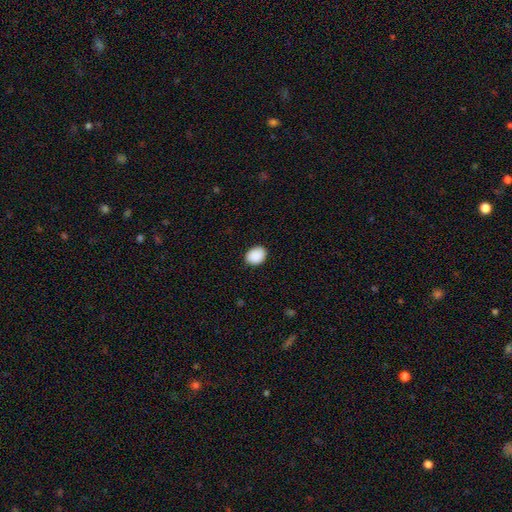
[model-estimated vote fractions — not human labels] A smooth galaxy with no disk features (90%) that is in between round and cigar-shaped (60%). Merging: none (88%).